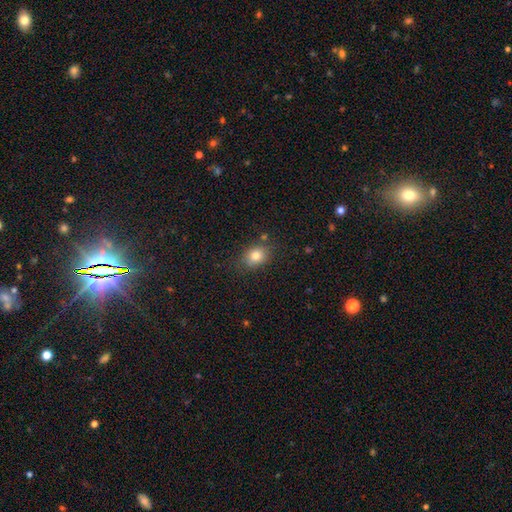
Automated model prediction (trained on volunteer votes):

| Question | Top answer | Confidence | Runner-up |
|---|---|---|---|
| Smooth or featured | smooth | 80% | star or artifact (11%) |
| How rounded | in between | 53% | round (46%) |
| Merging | none | 78% | minor disturbance (15%) |